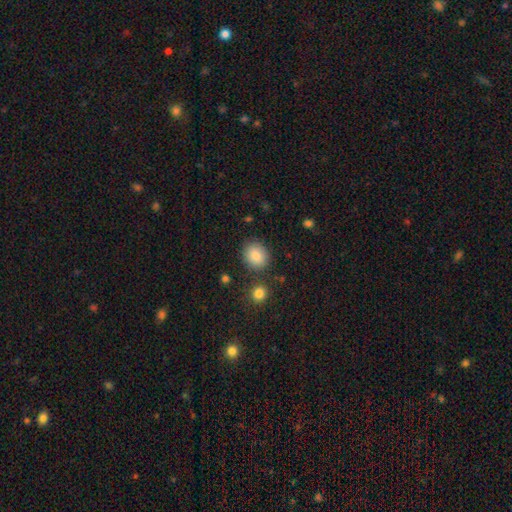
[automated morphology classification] type=smooth (85%); roundness=round (68%); merging=none (84%).